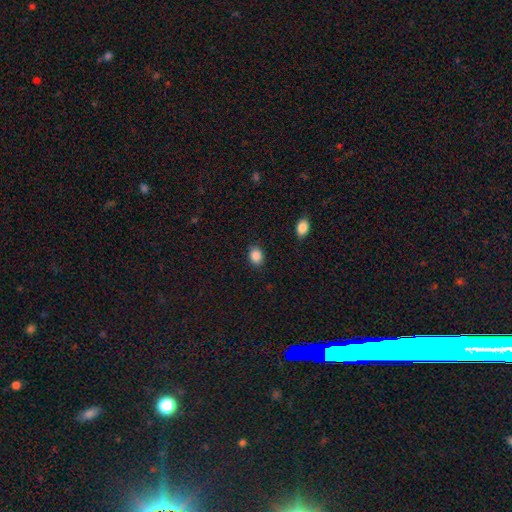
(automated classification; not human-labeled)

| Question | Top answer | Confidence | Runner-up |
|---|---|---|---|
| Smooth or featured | smooth | 87% | star or artifact (9%) |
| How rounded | in between | 61% | round (38%) |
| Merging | none | 86% | minor disturbance (10%) |